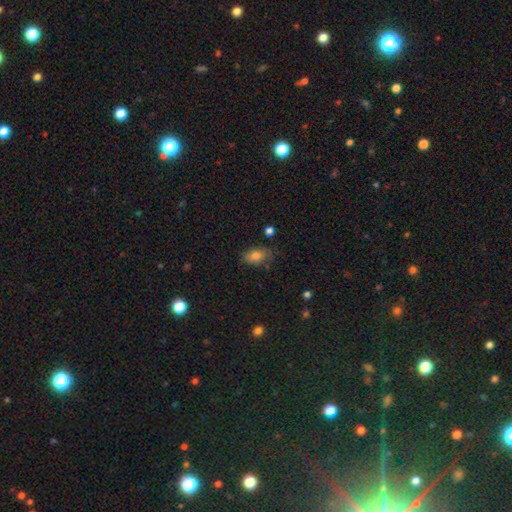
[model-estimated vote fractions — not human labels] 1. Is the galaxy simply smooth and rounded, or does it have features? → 77% smooth, 13% featured or disk, 10% star or artifact.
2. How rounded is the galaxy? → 85% in between, 12% round, 3% cigar-shaped.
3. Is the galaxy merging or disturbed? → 71% none, 21% minor disturbance, 5% major disturbance, 2% merger.